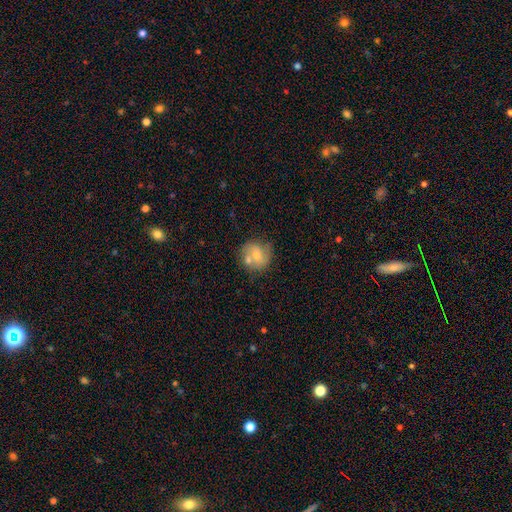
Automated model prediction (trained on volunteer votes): This appears to be a smooth galaxy with no disk features (53%) that is round (80%). Merging: none (49%).